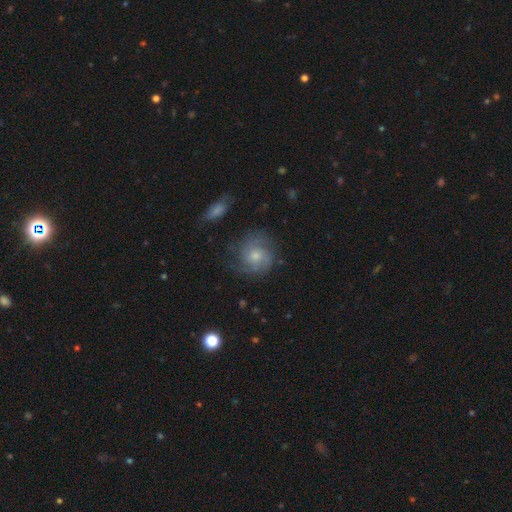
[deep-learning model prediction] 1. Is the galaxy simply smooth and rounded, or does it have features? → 59% featured or disk, 33% smooth, 8% star or artifact.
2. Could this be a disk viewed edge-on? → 97% no, 3% yes.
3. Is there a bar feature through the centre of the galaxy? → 76% no, 22% weak, 3% strong.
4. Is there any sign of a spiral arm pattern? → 87% yes, 13% no.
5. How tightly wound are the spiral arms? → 47% tight, 39% medium, 14% loose.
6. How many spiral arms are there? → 33% can't tell, 32% 2, 19% 3, 6% 1, 6% 4, 4% more than 4.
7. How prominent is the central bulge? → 53% moderate, 36% small, 6% large, 4% none, 1% dominant.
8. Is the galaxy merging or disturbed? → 66% none, 20% minor disturbance, 11% major disturbance, 3% merger.